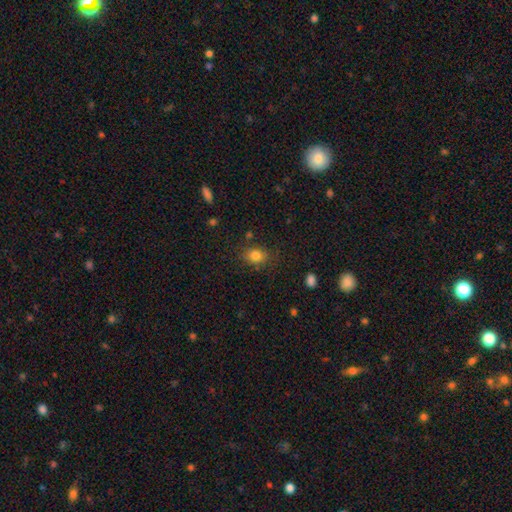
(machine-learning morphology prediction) type=smooth (83%); roundness=in between (57%); merging=none (78%).